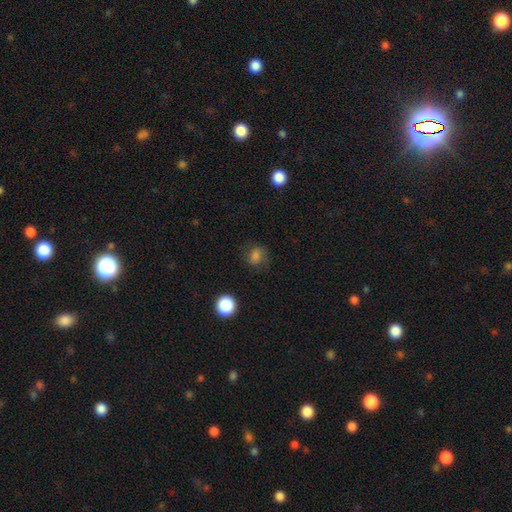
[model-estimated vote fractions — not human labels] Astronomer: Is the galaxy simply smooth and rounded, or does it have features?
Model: smooth — 77%.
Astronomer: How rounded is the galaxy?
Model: round — 68%.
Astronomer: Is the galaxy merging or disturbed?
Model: none — 74%.